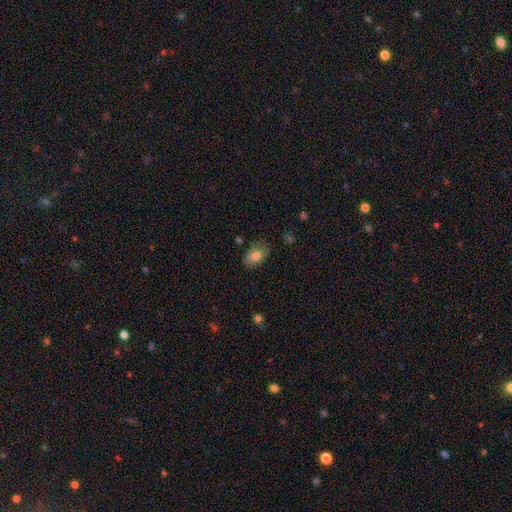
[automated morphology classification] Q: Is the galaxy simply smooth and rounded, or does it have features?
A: smooth — 76%.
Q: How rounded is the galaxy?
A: in between — 89%.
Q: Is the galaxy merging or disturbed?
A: none — 72%.